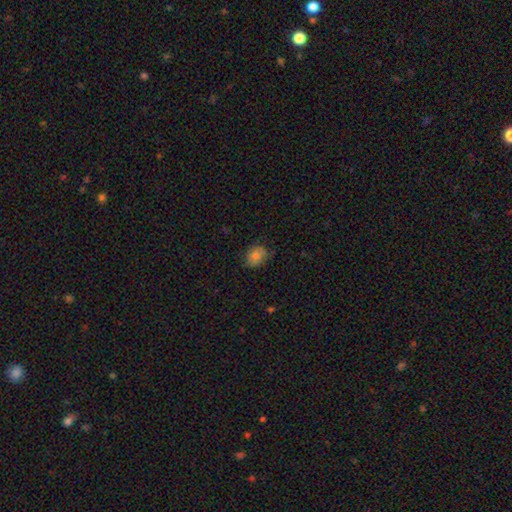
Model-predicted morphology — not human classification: Smooth or featured? Predicted: smooth (p=0.80). How rounded? Predicted: in between (p=0.54). Merging? Predicted: none (p=0.75).